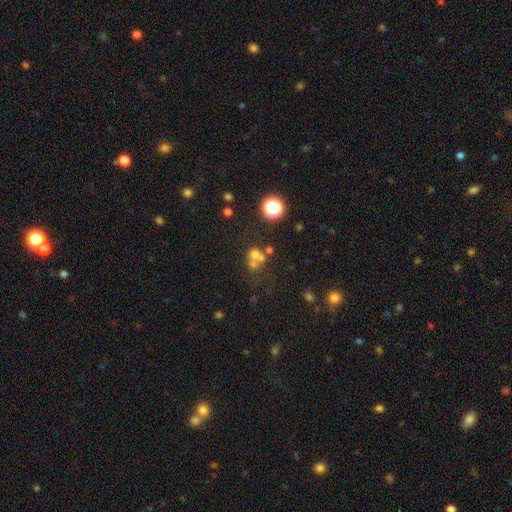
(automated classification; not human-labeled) Smooth or featured? Predicted: smooth (p=0.54). How rounded? Predicted: round (p=0.80). Merging? Predicted: merger (p=0.47).